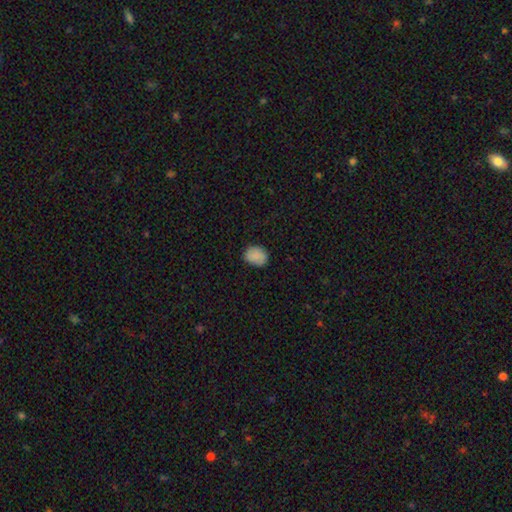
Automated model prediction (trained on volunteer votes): smooth-or-featured: smooth: 88% | star or artifact: 8% | featured or disk: 4%
  how-rounded: in between: 51% | round: 48% | cigar-shaped: 1%
  merging: none: 82% | minor disturbance: 14% | major disturbance: 3% | merger: 1%